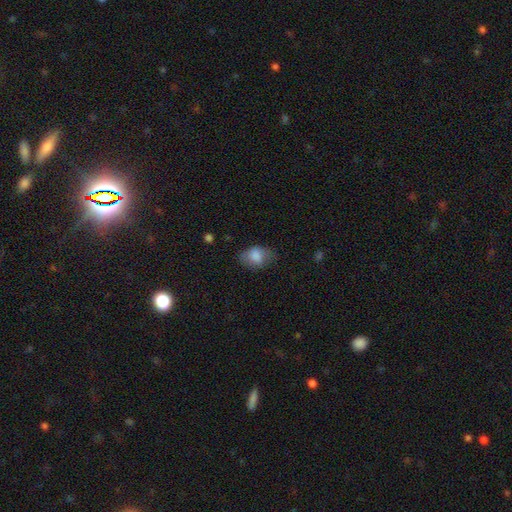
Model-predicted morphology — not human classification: Smooth or featured? Predicted: smooth (p=0.79). How rounded? Predicted: in between (p=0.75). Merging? Predicted: none (p=0.61).